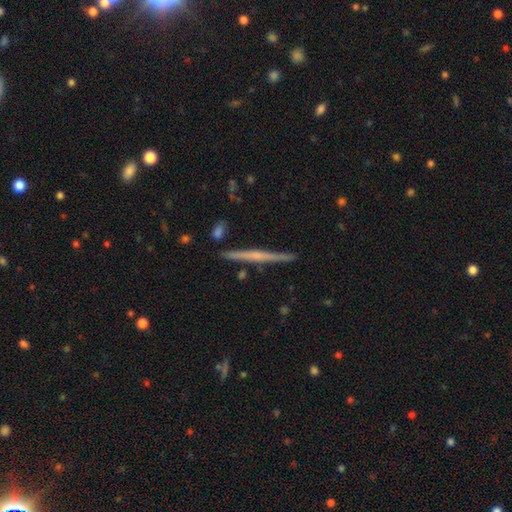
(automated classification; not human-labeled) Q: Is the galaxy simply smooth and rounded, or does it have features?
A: featured or disk — 67%.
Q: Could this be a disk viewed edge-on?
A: yes — 98%.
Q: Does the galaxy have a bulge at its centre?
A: none — 49%.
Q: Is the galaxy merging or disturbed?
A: none — 90%.